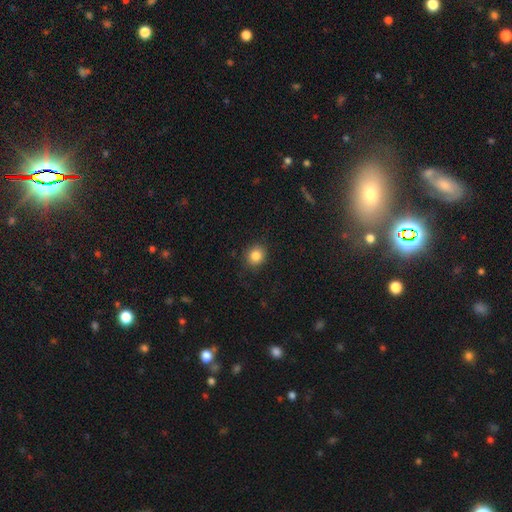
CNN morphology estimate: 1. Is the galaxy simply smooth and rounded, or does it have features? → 84% smooth, 11% star or artifact, 6% featured or disk.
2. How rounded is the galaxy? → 81% round, 18% in between, 1% cigar-shaped.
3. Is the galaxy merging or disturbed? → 85% none, 11% minor disturbance, 3% major disturbance, 1% merger.